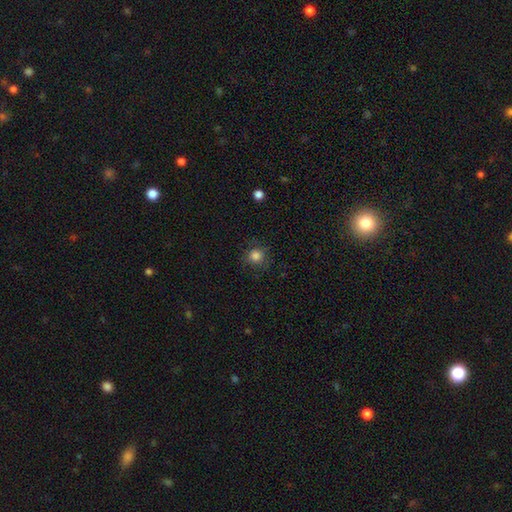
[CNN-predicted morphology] Smooth or featured? smooth (83%)
How rounded? round (91%)
Merging? none (81%)